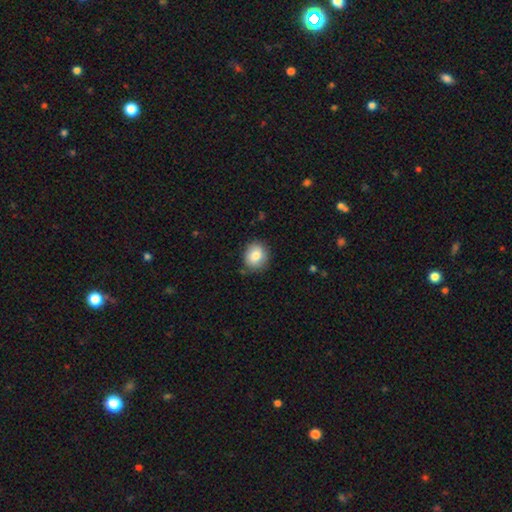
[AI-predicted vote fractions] A smooth galaxy with no disk features (82%) that is round (75%).

Vote fractions:
- Smooth or featured? smooth: 82% / featured or disk: 10% / star or artifact: 8%
- How rounded? round: 75% / in between: 24% / cigar-shaped: 1%
- Merging? none: 83% / minor disturbance: 13% / major disturbance: 3% / merger: 1%